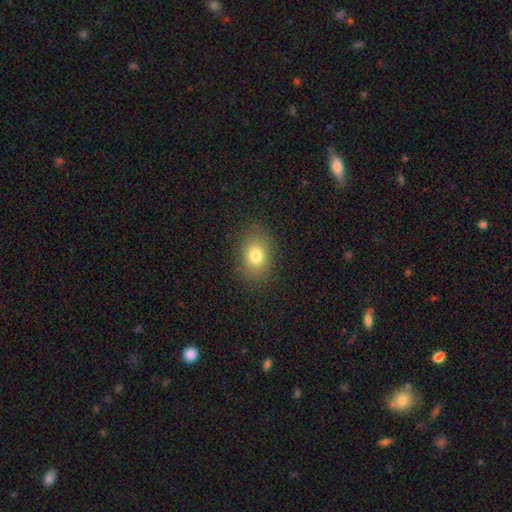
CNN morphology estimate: type=smooth (79%); roundness=in between (64%); merging=none (86%).